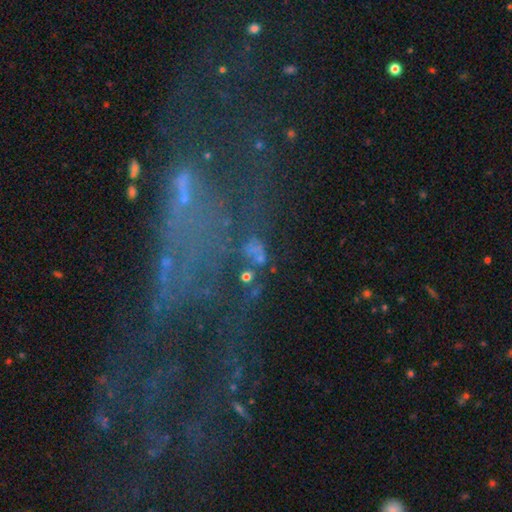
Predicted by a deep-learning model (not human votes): Smooth or featured: star or artifact — 42% (featured or disk — 32%)